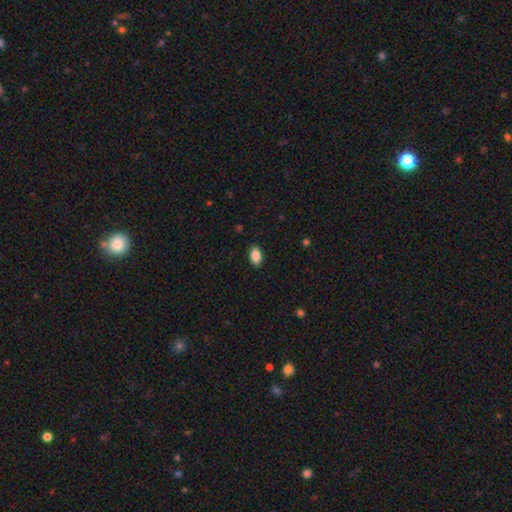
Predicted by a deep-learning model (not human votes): smooth 85%, star or artifact 8%, featured or disk 7%. Down the decision tree: how rounded — in between (90%); merging — none (89%).